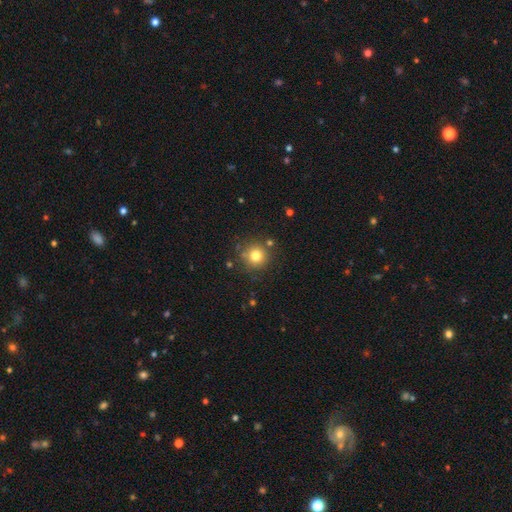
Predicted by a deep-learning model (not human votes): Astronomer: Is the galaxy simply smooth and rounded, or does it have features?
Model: smooth — 78%.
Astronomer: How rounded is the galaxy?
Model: round — 93%.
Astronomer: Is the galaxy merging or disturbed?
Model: none — 82%.